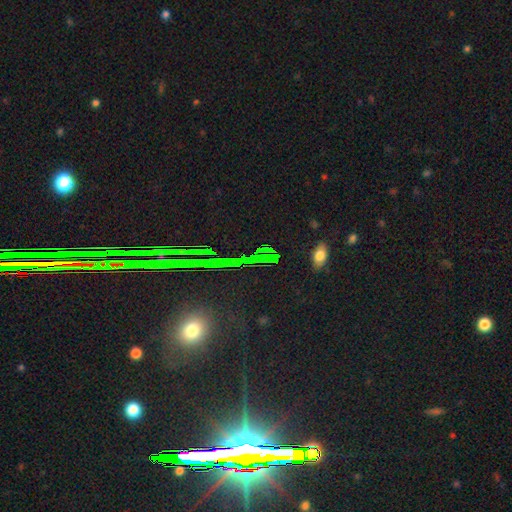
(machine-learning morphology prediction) smooth_or_featured: star or artifact (p=0.55) [alt: smooth p=0.29]